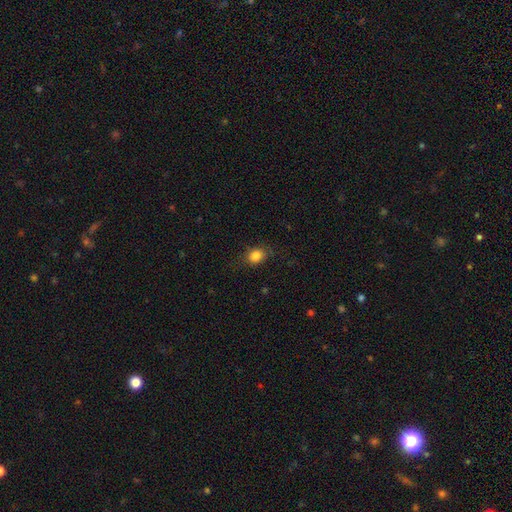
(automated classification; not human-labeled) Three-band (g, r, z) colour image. It shows a smooth galaxy with no disk features (84%) that is round (55%). Merging: none (78%).